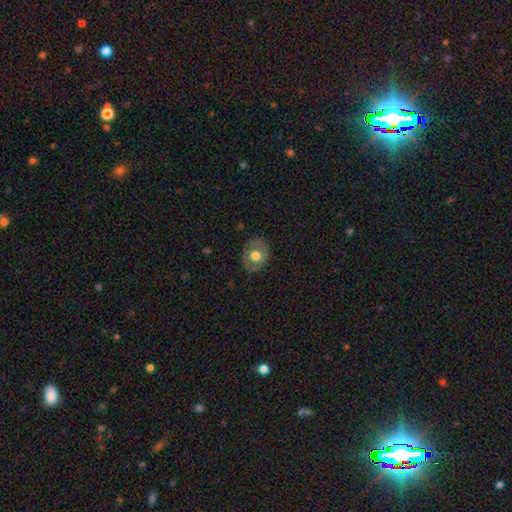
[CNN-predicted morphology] Smooth or featured?
  - smooth: 60% *
  - featured or disk: 33%
  - star or artifact: 7%
How rounded?
  - round: 51% *
  - in between: 48%
  - cigar-shaped: 1%
Merging?
  - none: 83% *
  - minor disturbance: 13%
  - major disturbance: 3%
  - merger: 1%